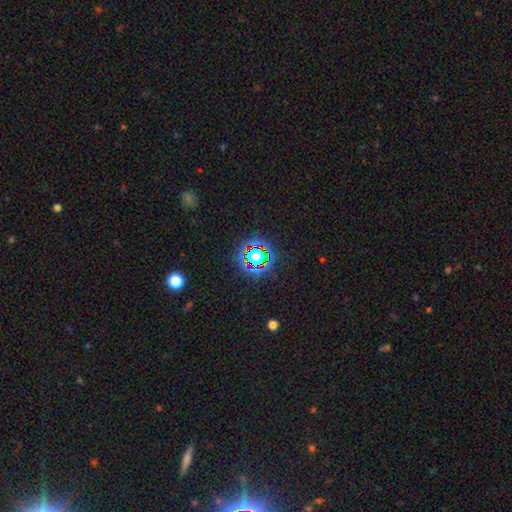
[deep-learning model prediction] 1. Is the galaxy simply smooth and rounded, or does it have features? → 66% star or artifact, 23% smooth, 11% featured or disk.